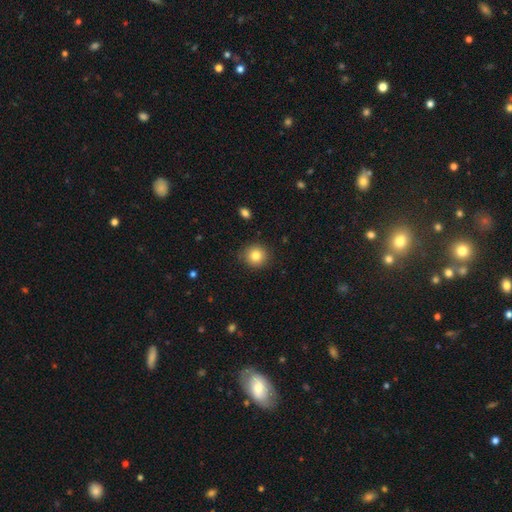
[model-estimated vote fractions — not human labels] This appears to be a smooth galaxy with no disk features (82%) that is round (91%). Merging: none (88%).